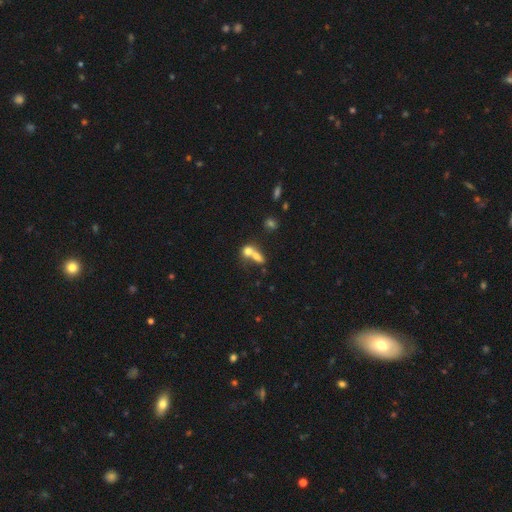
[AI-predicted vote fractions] Overall: smooth (71%). How rounded: in between (55%; round 38%). Merging: merger (66%).